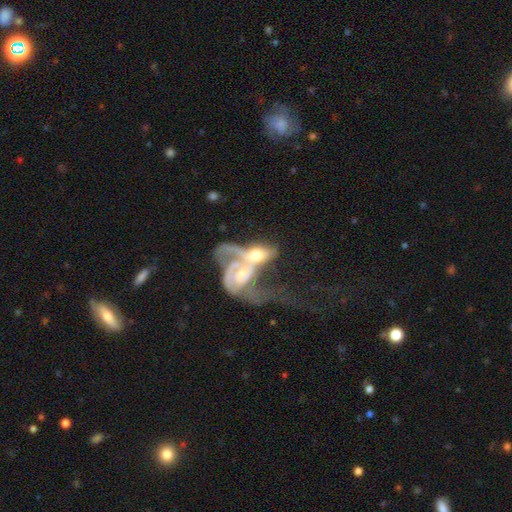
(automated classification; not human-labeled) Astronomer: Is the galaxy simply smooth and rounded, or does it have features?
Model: featured or disk — 68%.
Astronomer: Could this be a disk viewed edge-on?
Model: no — 93%.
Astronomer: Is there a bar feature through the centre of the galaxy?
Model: no — 69%.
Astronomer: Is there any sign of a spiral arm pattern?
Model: yes — 74%.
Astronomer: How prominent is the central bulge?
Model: moderate — 49% (runner-up: small, 32%).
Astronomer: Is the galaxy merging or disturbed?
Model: merger — 75%.